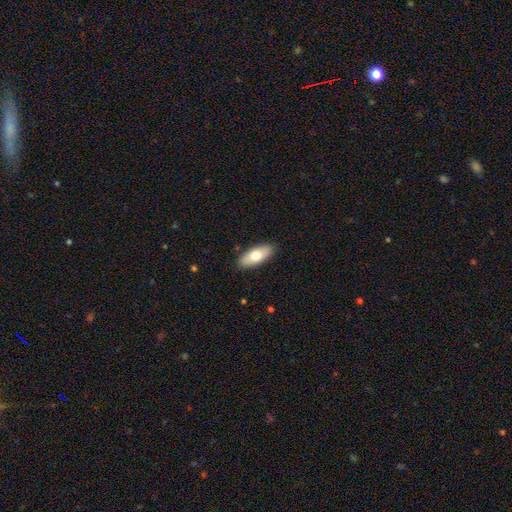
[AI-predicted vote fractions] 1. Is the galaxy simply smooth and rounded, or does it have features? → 72% smooth, 22% featured or disk, 6% star or artifact.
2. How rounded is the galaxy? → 81% in between, 17% cigar-shaped, 2% round.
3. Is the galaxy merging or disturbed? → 88% none, 9% minor disturbance, 2% major disturbance, 1% merger.